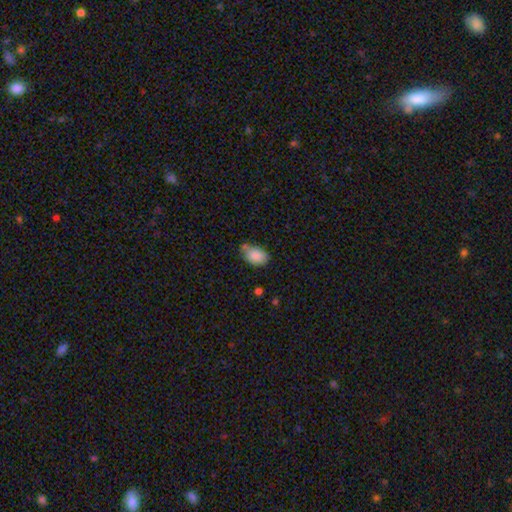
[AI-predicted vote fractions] Overall: smooth (87%). How rounded: in between (86%). Merging: none (58%; minor disturbance 25%).